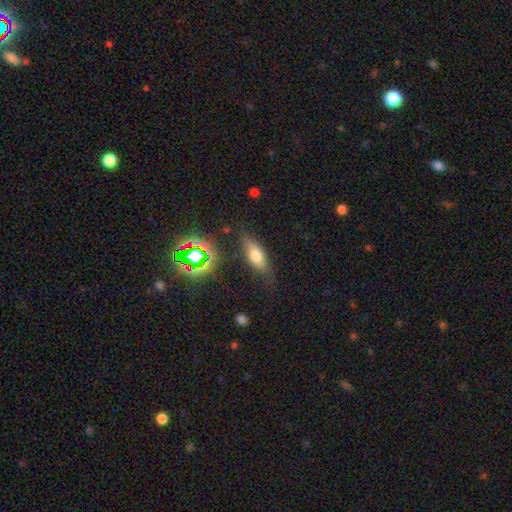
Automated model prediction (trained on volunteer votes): Smooth or featured?
  - smooth: 63% *
  - featured or disk: 24%
  - star or artifact: 13%
How rounded?
  - in between: 74% *
  - cigar-shaped: 21%
  - round: 5%
Merging?
  - none: 73% *
  - minor disturbance: 19%
  - major disturbance: 6%
  - merger: 3%